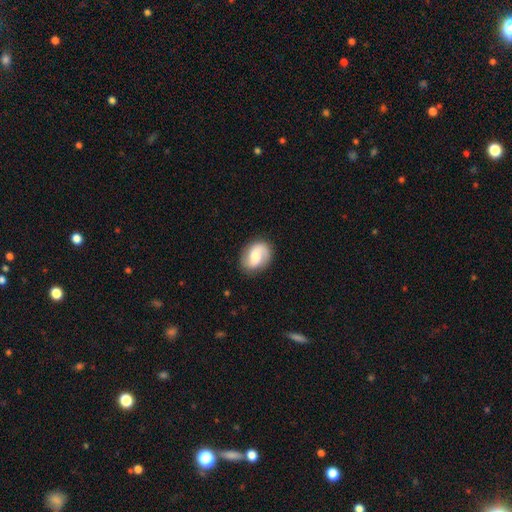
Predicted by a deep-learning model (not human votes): A featured or disk galaxy (60%) with no bar (46%), 2 (82%) medium (41%) spiral arms (91%) and a moderate central bulge (54%).

Vote fractions:
- Smooth or featured? featured or disk: 60% / smooth: 33% / star or artifact: 7%
- Edge-on disk? no: 97% / yes: 3%
- Bar? no: 46% / weak: 42% / strong: 11%
- Spiral arms? yes: 91% / no: 9%
- Spiral winding? medium: 41% / loose: 38% / tight: 21%
- Spiral arm count? 2: 82% / 1: 9% / can't tell: 6% / 3: 1% / 4: 1% / more than 4: 1%
- Bulge size? moderate: 54% / small: 25% / large: 15% / none: 4% / dominant: 2%
- Merging? none: 82% / minor disturbance: 13% / major disturbance: 4% / merger: 1%